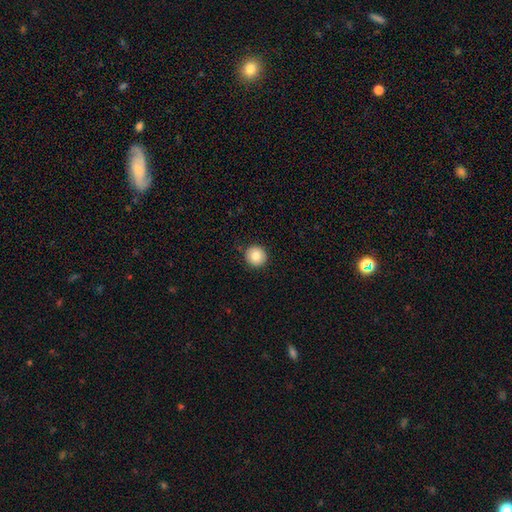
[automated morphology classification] Overall: smooth (83%). How rounded: round (95%). Merging: none (91%).